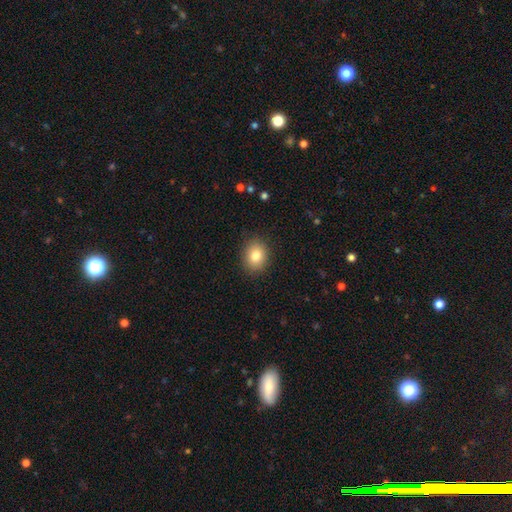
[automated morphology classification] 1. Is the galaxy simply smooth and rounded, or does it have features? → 82% smooth, 9% star or artifact, 8% featured or disk.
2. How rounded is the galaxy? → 54% round, 45% in between, 1% cigar-shaped.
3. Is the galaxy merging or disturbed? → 88% none, 8% minor disturbance, 2% major disturbance, 1% merger.